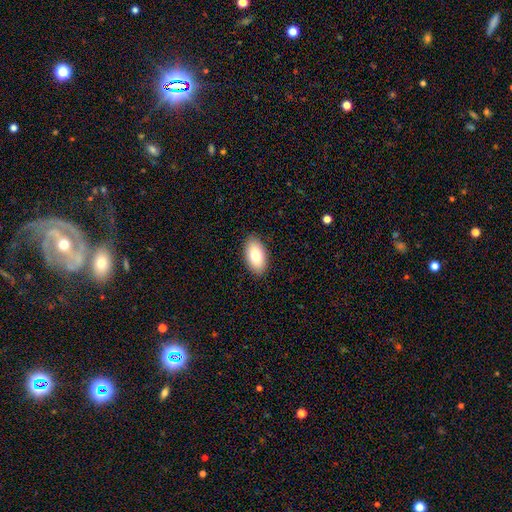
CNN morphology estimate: type=smooth (78%); roundness=in between (94%); merging=none (89%).